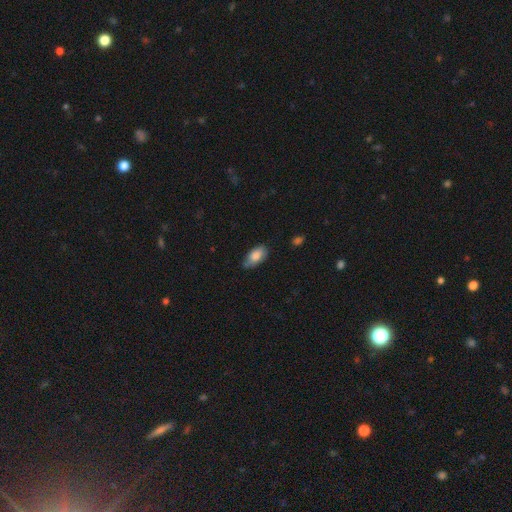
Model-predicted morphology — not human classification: Overall: smooth (81%). How rounded: in between (93%). Merging: none (70%).